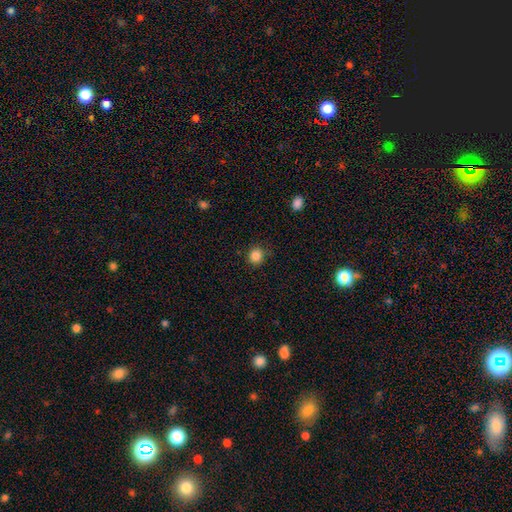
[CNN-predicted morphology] Smooth or featured?
  - smooth: 85% *
  - star or artifact: 11%
  - featured or disk: 4%
How rounded?
  - round: 86% *
  - in between: 13%
  - cigar-shaped: 1%
Merging?
  - none: 86% *
  - minor disturbance: 10%
  - major disturbance: 3%
  - merger: 1%